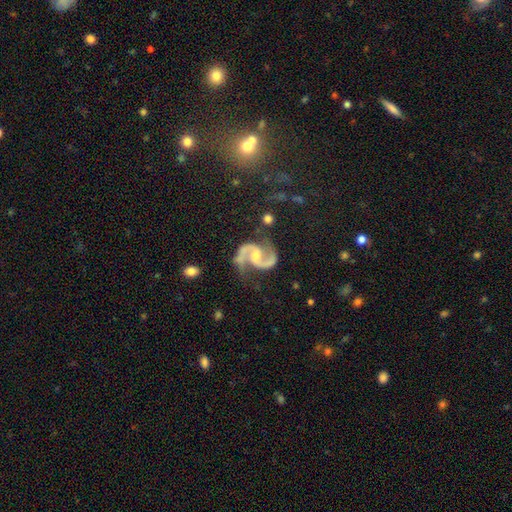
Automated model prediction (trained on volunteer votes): smooth_or_featured: featured or disk (p=0.93) [alt: star or artifact p=0.04]
disk_edge_on: no (p=0.98) [alt: yes p=0.02]
bar: no (p=0.45) [alt: weak p=0.40]
has_spiral_arms: yes (p=0.98) [alt: no p=0.02]
spiral_winding: medium (p=0.62) [alt: loose p=0.25]
spiral_arm_count: 2 (p=0.95) [alt: can't tell p=0.01]
bulge_size: moderate (p=0.52) [alt: small p=0.40]
merging: none (p=0.74) [alt: minor disturbance p=0.17]